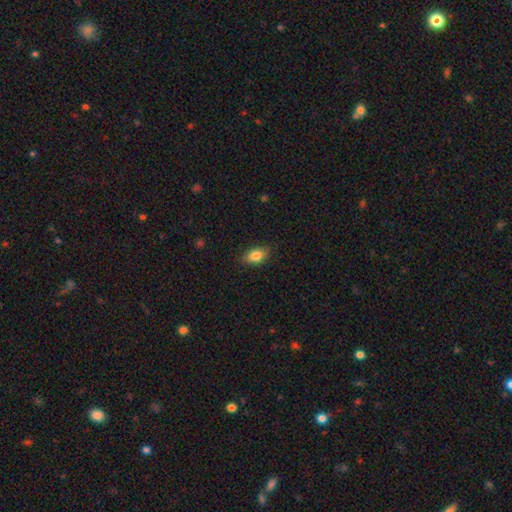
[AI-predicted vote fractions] A smooth galaxy with no disk features (84%) that is in between round and cigar-shaped (86%).

Vote fractions:
- Smooth or featured? smooth: 84% / star or artifact: 8% / featured or disk: 8%
- How rounded? in between: 86% / round: 10% / cigar-shaped: 4%
- Merging? none: 85% / minor disturbance: 12% / major disturbance: 2% / merger: 1%